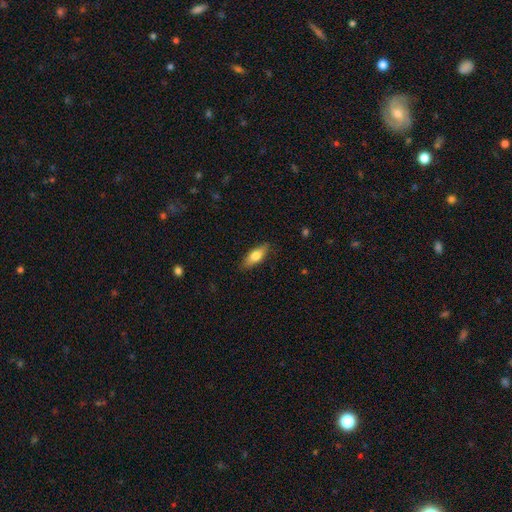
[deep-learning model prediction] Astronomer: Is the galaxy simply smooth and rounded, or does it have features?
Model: smooth — 73%.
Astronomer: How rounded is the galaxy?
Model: in between — 72%.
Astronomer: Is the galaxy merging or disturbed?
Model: none — 85%.